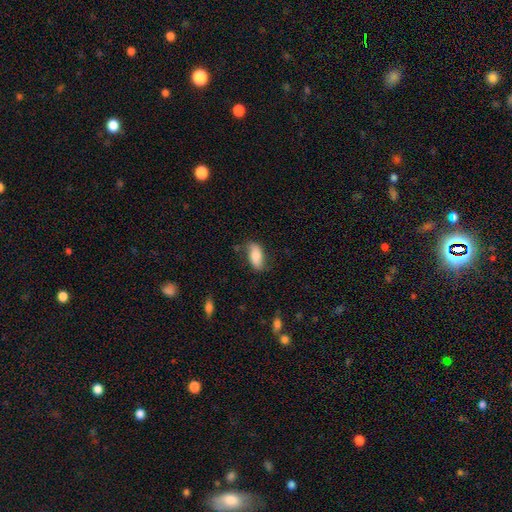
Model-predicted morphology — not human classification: Smooth or featured? Predicted: smooth (p=0.74). How rounded? Predicted: in between (p=0.88). Merging? Predicted: none (p=0.69).